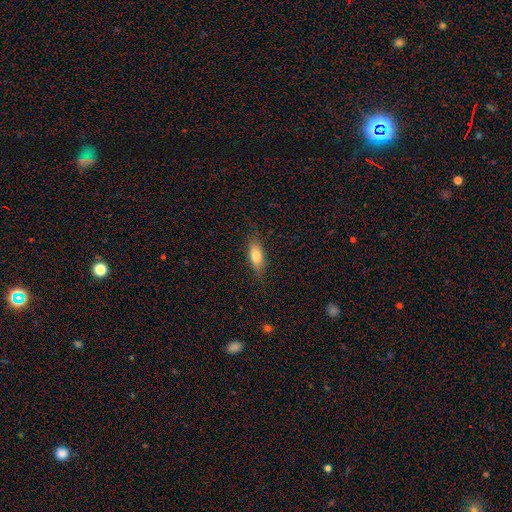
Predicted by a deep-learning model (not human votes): Morphology: type=smooth (77%); roundness=in between (72%); merging=none (82%).